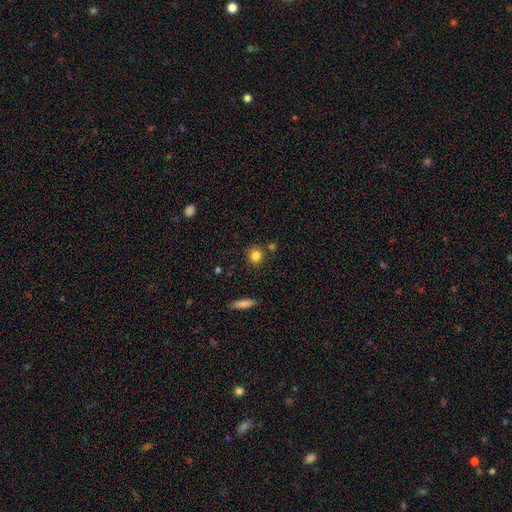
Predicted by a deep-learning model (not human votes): A smooth galaxy with no disk features (83%) that is round (82%).

Vote fractions:
- Smooth or featured? smooth: 83% / star or artifact: 10% / featured or disk: 7%
- How rounded? round: 82% / in between: 16% / cigar-shaped: 2%
- Merging? none: 81% / minor disturbance: 9% / merger: 7% / major disturbance: 3%